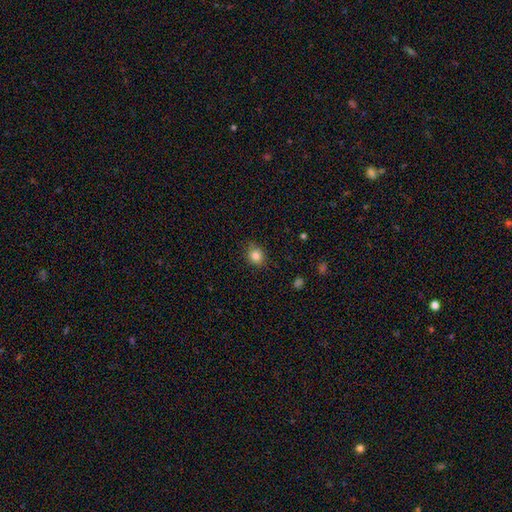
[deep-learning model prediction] This is clearly a smooth galaxy (84%). How rounded: likely round (74%). Merging: clearly none (83%).